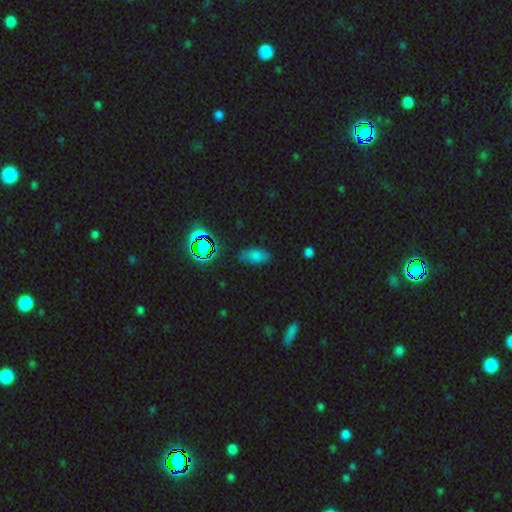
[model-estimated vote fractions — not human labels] This is likely a smooth galaxy (67%). How rounded: clearly in between (89%). Merging: likely none (77%).